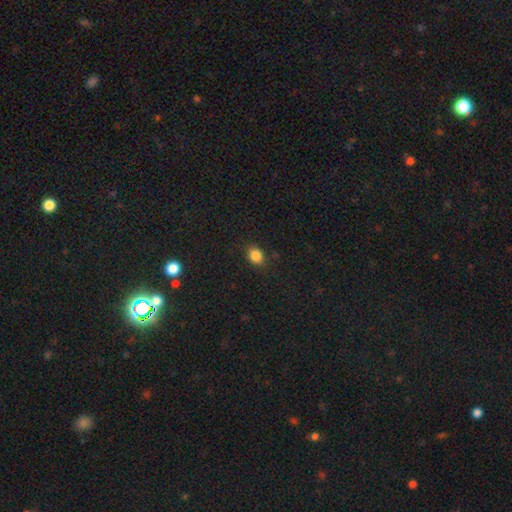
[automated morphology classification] Smooth or featured? Predicted: smooth (p=0.84). How rounded? Predicted: round (p=0.51). Merging? Predicted: none (p=0.84).